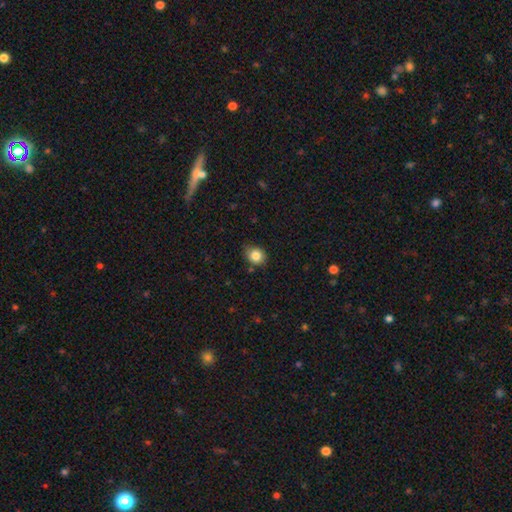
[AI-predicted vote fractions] The model was most divided on "how rounded": round: 65%, in between: 34%, cigar-shaped: 1%. More confident: smooth or featured — smooth (84%); merging — none (76%).